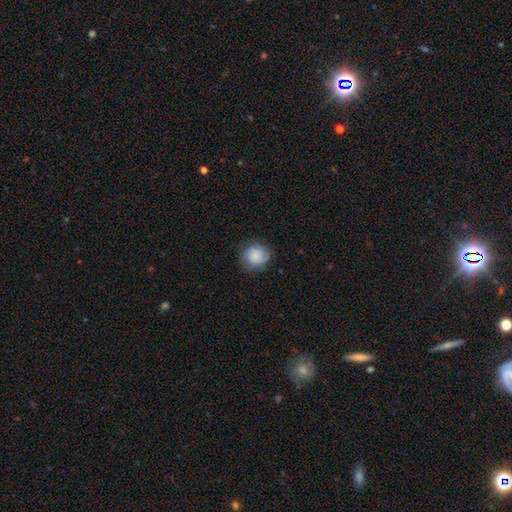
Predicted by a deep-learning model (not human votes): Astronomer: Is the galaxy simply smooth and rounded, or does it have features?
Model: smooth — 68%.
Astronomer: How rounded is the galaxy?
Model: round — 82%.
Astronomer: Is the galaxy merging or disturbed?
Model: none — 75%.